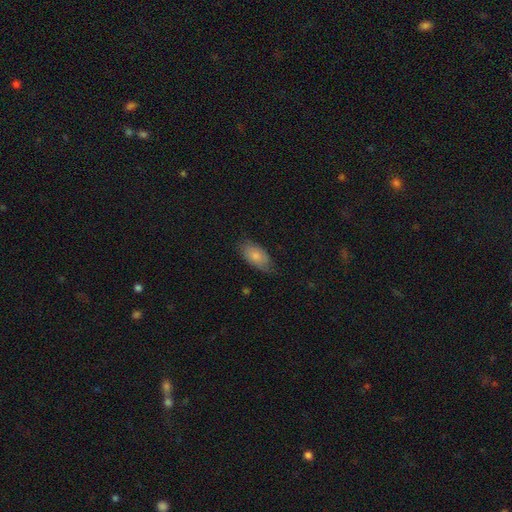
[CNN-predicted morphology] This appears to be a smooth galaxy with no disk features (79%) that is in between round and cigar-shaped (92%). Merging: none (68%).